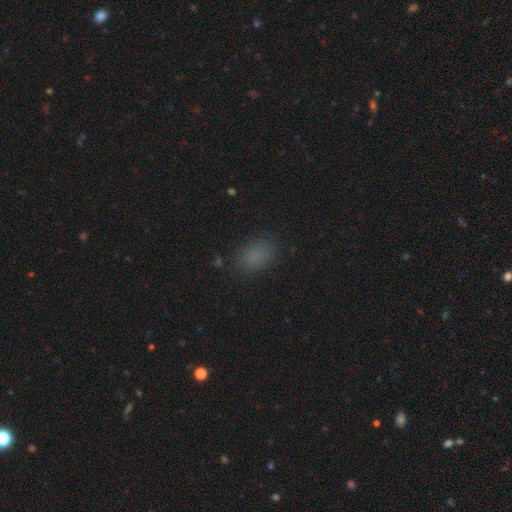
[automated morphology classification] smooth_or_featured: smooth (p=0.80) [alt: star or artifact p=0.15]
how_rounded: in between (p=0.81) [alt: round p=0.17]
merging: none (p=0.82) [alt: minor disturbance p=0.13]